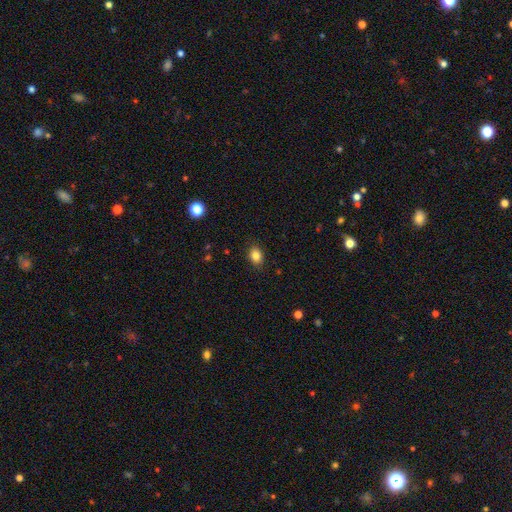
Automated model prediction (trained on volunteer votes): A smooth galaxy with no disk features (84%) that is in between round and cigar-shaped (69%). Merging: none (87%).